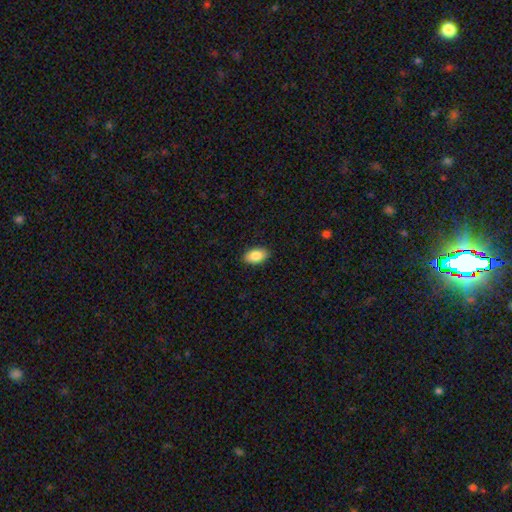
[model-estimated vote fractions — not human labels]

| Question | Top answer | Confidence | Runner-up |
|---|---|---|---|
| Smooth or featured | smooth | 87% | star or artifact (7%) |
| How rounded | in between | 93% | round (5%) |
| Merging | none | 90% | minor disturbance (8%) |